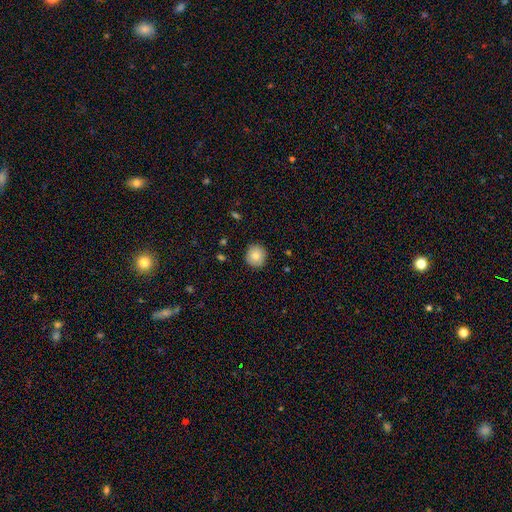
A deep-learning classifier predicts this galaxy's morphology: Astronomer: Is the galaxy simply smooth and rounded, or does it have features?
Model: smooth — 81%.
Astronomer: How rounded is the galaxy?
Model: round — 91%.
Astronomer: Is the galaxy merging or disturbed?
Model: none — 90%.